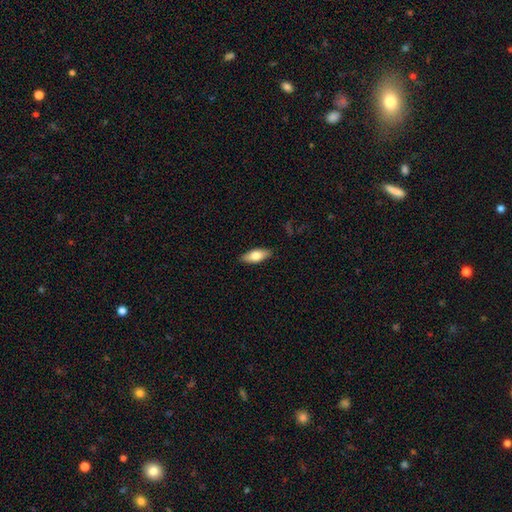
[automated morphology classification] A smooth galaxy with no disk features (69%) that is in between round and cigar-shaped (76%).

Vote fractions:
- Smooth or featured? smooth: 69% / featured or disk: 25% / star or artifact: 6%
- How rounded? in between: 76% / cigar-shaped: 21% / round: 3%
- Merging? none: 88% / minor disturbance: 9% / major disturbance: 2% / merger: 1%